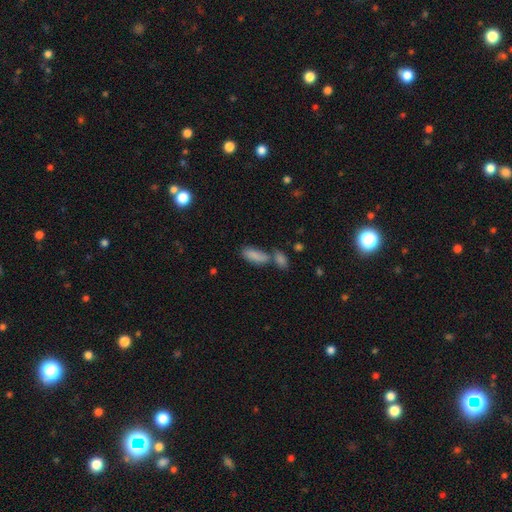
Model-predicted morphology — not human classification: This appears to be a smooth galaxy with no disk features (85%) that is in between round and cigar-shaped (80%). Merging: merger (44%).